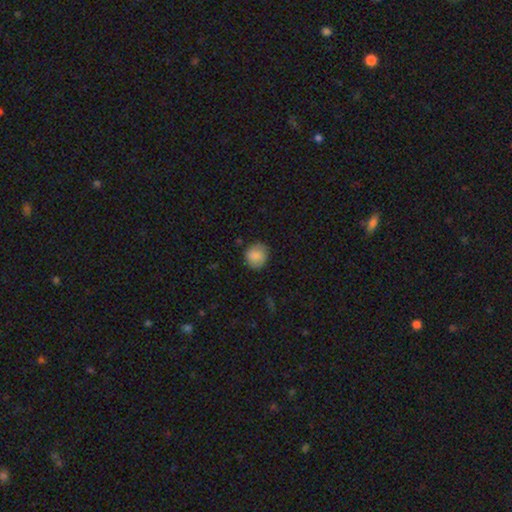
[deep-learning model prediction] Smooth or featured? Predicted: smooth (p=0.85). How rounded? Predicted: round (p=0.83). Merging? Predicted: none (p=0.81).